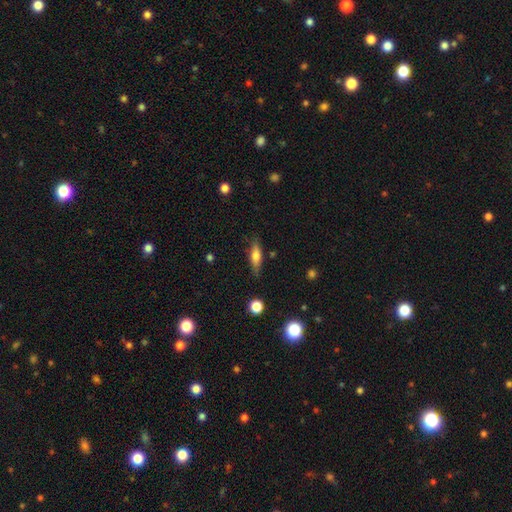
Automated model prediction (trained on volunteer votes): smooth-or-featured: smooth: 64% | featured or disk: 29% | star or artifact: 8%
  how-rounded: in between: 48% (tied) | cigar-shaped: 48% (tied) | round: 3%
  merging: none: 80% | minor disturbance: 15% | major disturbance: 4% | merger: 2%